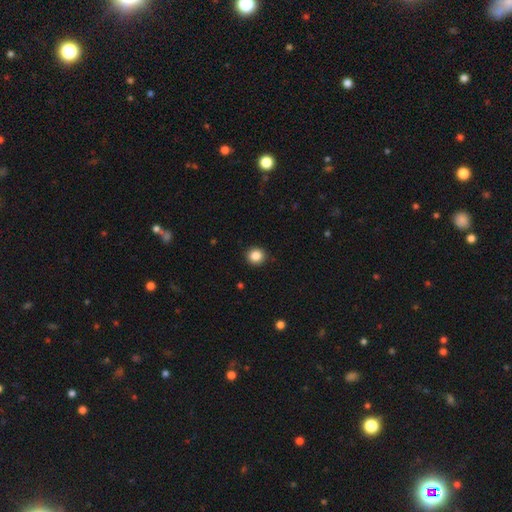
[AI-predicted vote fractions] smooth-or-featured: smooth: 86% | star or artifact: 10% | featured or disk: 3%
  how-rounded: round: 91% | in between: 8% | cigar-shaped: 1%
  merging: none: 92% | minor disturbance: 6% | major disturbance: 2% | merger: 1%